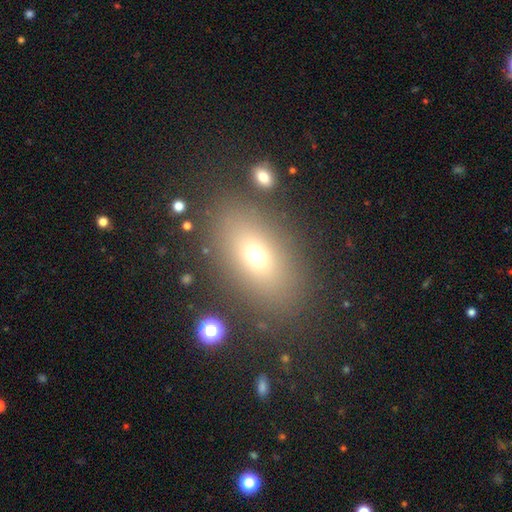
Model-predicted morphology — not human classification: A smooth galaxy with no disk features (67%) that is in between round and cigar-shaped (79%). Merging: none (83%).